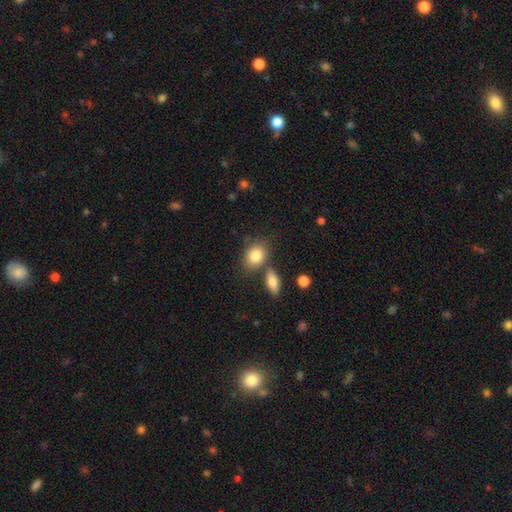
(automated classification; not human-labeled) Overall: smooth (83%). How rounded: in between (67%; round 31%). Merging: none (62%).